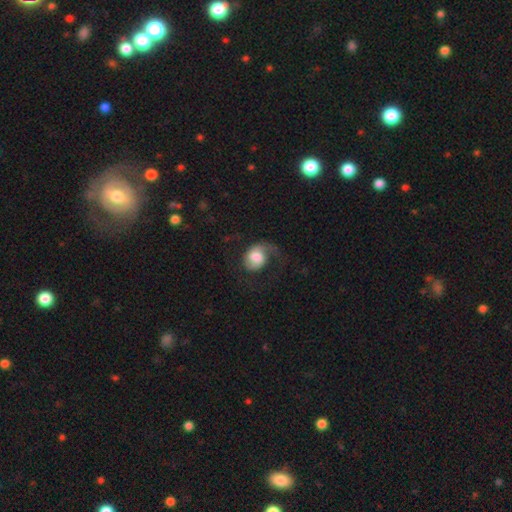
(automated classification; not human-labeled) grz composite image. It shows a smooth galaxy with no disk features (48%). Merging: none (40%).